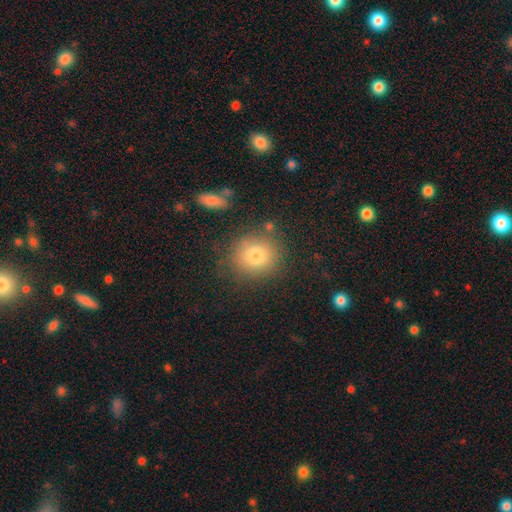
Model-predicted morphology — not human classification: smooth-or-featured: smooth: 78% | star or artifact: 12% | featured or disk: 10%
  how-rounded: round: 84% | in between: 15% | cigar-shaped: 1%
  merging: none: 82% | minor disturbance: 11% | major disturbance: 4% | merger: 4%